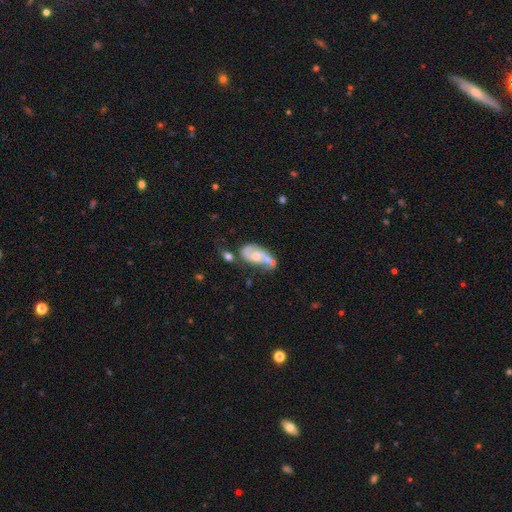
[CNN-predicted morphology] Smooth or featured? featured or disk (69%)
Edge-on disk? no (95%)
Bar? no (68%)
Spiral arms? yes (80%)
Spiral winding? medium (43%)
Spiral arm count? 2 (70%)
Bulge size? moderate (59%)
Merging? none (34%)